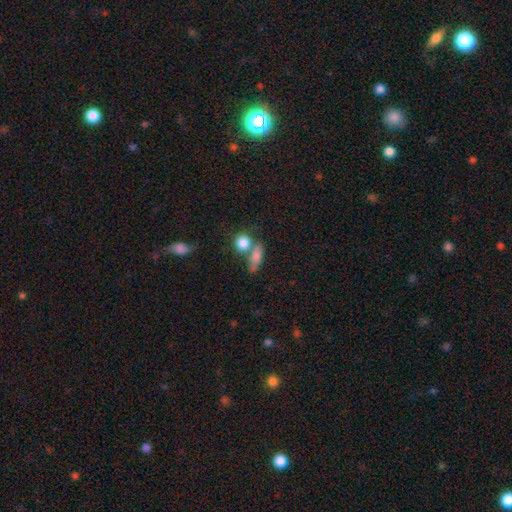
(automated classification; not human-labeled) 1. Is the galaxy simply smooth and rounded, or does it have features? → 78% smooth, 13% featured or disk, 9% star or artifact.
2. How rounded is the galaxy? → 51% in between, 25% cigar-shaped, 24% round.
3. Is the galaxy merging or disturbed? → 43% none, 37% merger, 13% minor disturbance, 7% major disturbance.